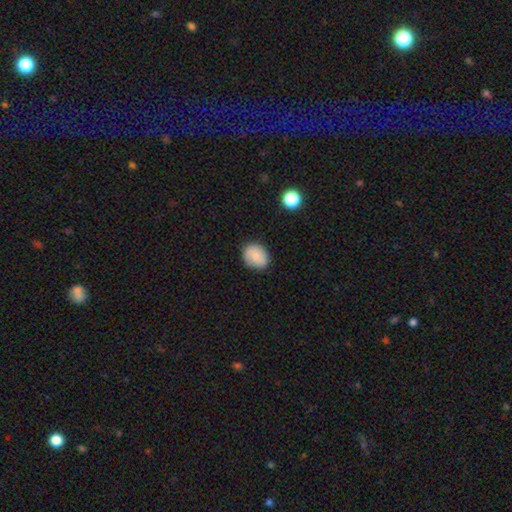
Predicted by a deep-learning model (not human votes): Smooth or featured: smooth — 80% (featured or disk — 12%)
How rounded: round — 54% (in between — 46%)
Merging: none — 83% (minor disturbance — 13%)